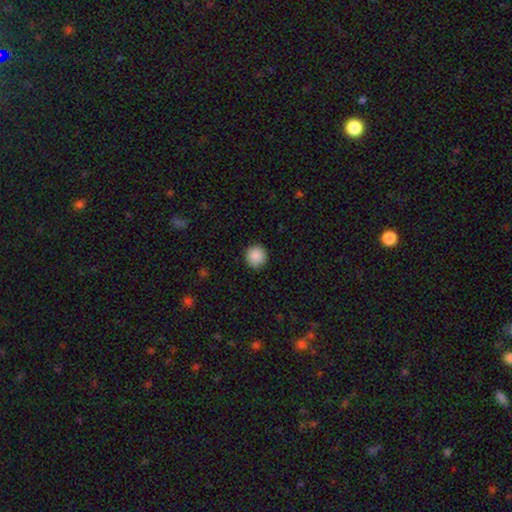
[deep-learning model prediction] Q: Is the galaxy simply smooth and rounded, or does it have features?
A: smooth — 89%.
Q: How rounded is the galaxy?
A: round — 95%.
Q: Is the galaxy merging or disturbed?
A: none — 91%.